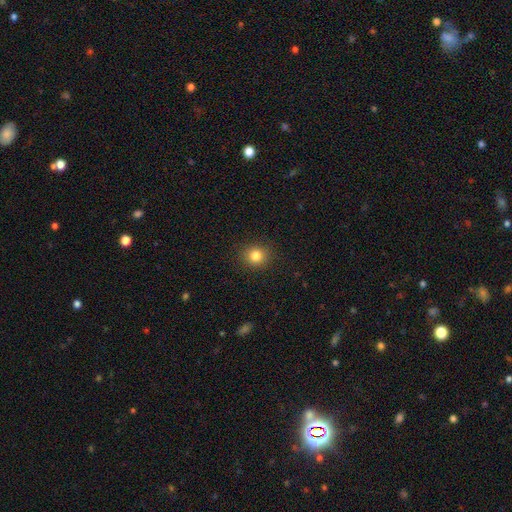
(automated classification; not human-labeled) Smooth or featured? Predicted: smooth (p=0.83). How rounded? Predicted: round (p=0.85). Merging? Predicted: none (p=0.90).